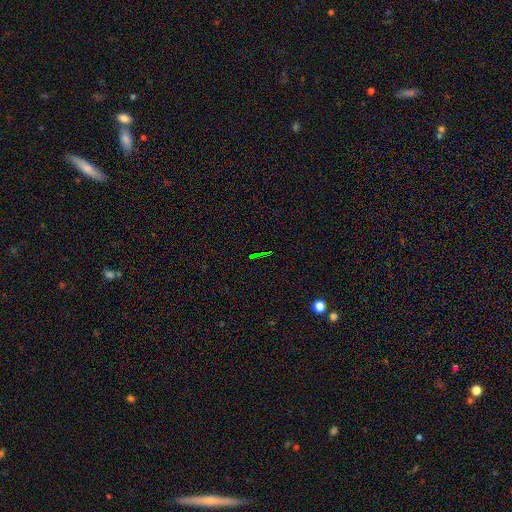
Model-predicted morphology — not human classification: This is likely a star or artifact rather than a galaxy (71%).